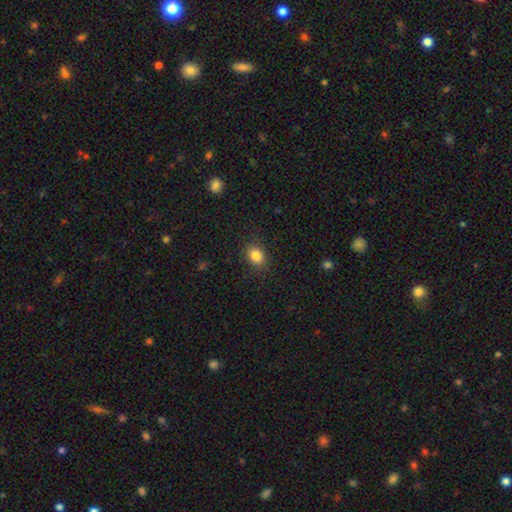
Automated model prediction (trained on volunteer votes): Morphology: type=smooth (84%); roundness=in between (60%); merging=none (86%).